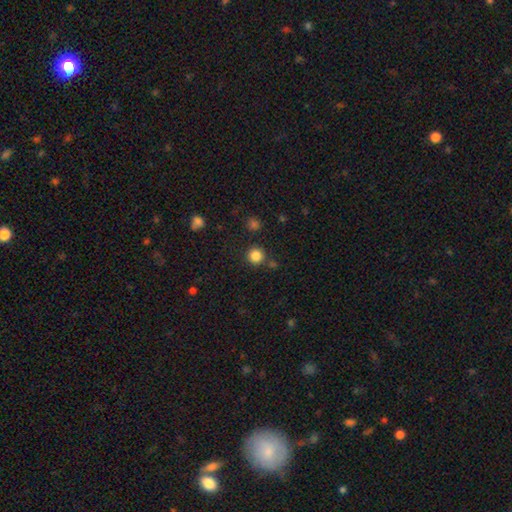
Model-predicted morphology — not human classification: Q: Smooth or featured?
A: smooth (84%); runner-up: star or artifact (12%)
Q: How rounded?
A: round (95%); runner-up: in between (4%)
Q: Merging?
A: none (86%); runner-up: minor disturbance (7%)